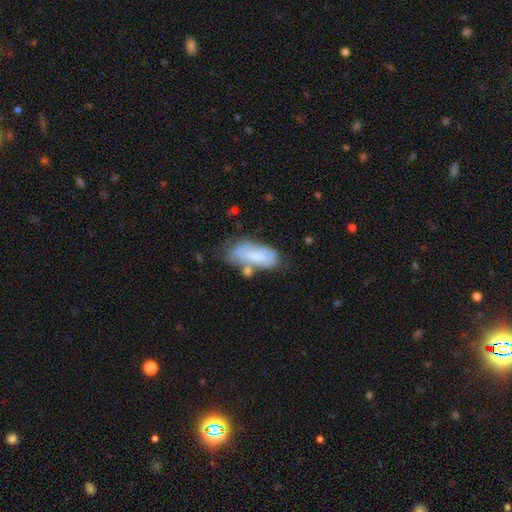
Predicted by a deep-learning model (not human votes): Smooth or featured: smooth — 56% (featured or disk — 37%)
How rounded: in between — 87% (cigar-shaped — 11%)
Merging: none — 50% (minor disturbance — 27%)